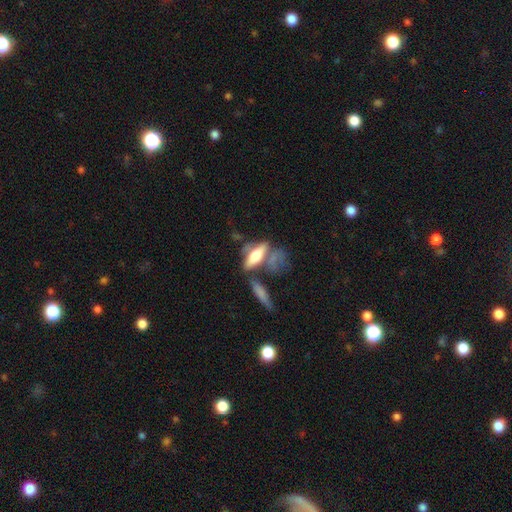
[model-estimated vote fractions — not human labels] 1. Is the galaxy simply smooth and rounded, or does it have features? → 48% smooth, 44% featured or disk, 8% star or artifact.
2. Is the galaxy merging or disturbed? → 44% none, 25% merger, 17% minor disturbance, 14% major disturbance.